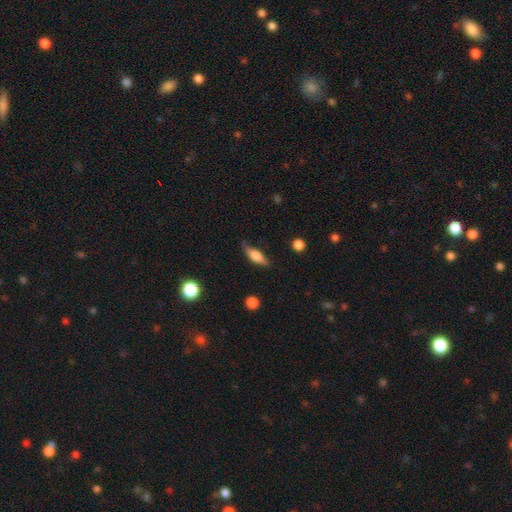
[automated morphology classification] This appears to be a smooth galaxy with no disk features (57%) that is in between round and cigar-shaped (53%). Merging: none (72%).